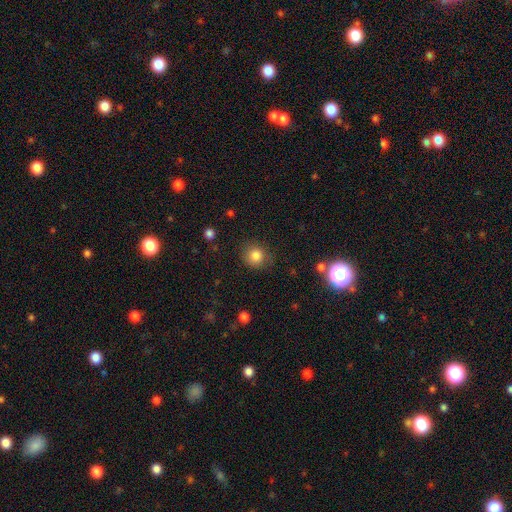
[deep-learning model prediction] Morphology: type=smooth (83%); roundness=round (86%); merging=none (83%).